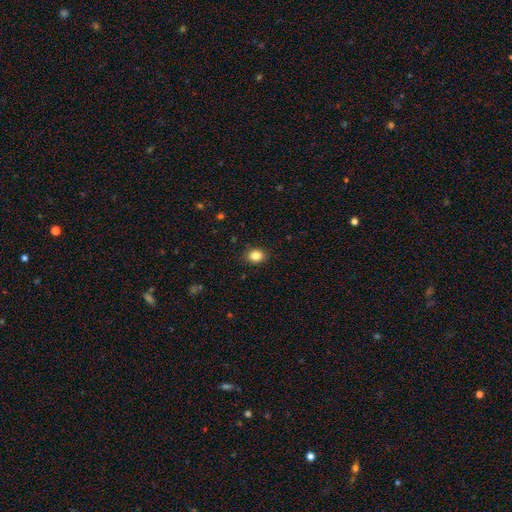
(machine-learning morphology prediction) Smooth or featured: smooth — 85% (star or artifact — 10%)
How rounded: in between — 57% (round — 42%)
Merging: none — 87% (minor disturbance — 9%)